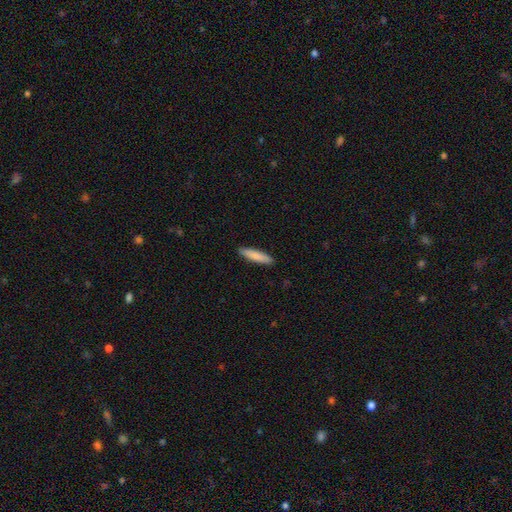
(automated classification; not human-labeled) The model was most divided on "how rounded": cigar-shaped: 81%, in between: 18%, round: 1%. More confident: merging — none (90%); smooth or featured — smooth (85%).